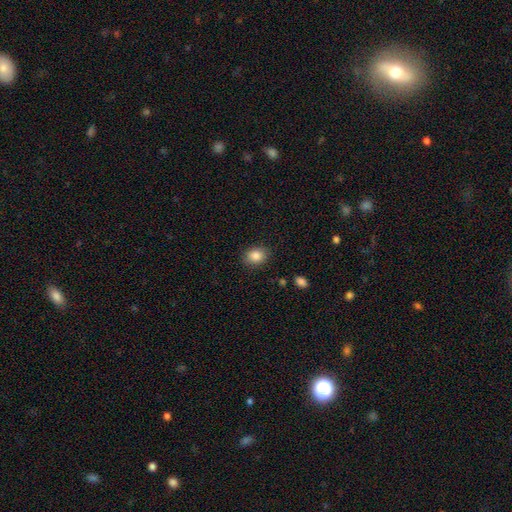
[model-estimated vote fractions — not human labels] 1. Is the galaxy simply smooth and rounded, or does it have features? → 85% smooth, 9% star or artifact, 6% featured or disk.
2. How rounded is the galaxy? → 52% in between, 47% round, 1% cigar-shaped.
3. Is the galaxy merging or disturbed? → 87% none, 9% minor disturbance, 3% major disturbance, 1% merger.